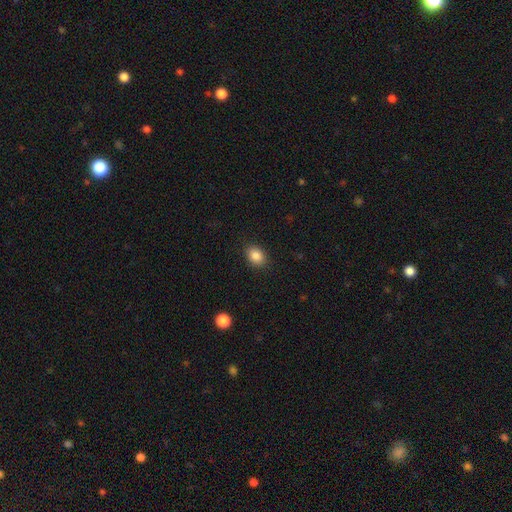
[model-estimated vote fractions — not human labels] smooth 87%, star or artifact 9%, featured or disk 4%. Down the decision tree: how rounded — in between (67%); merging — none (88%).